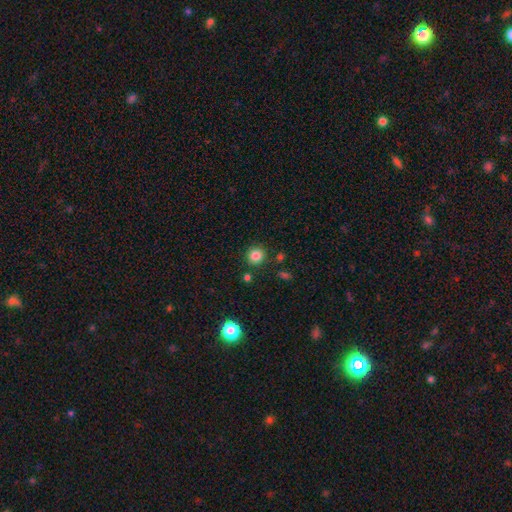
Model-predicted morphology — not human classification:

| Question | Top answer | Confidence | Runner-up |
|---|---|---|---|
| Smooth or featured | smooth | 84% | star or artifact (12%) |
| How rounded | round | 92% | in between (8%) |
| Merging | none | 86% | minor disturbance (7%) |